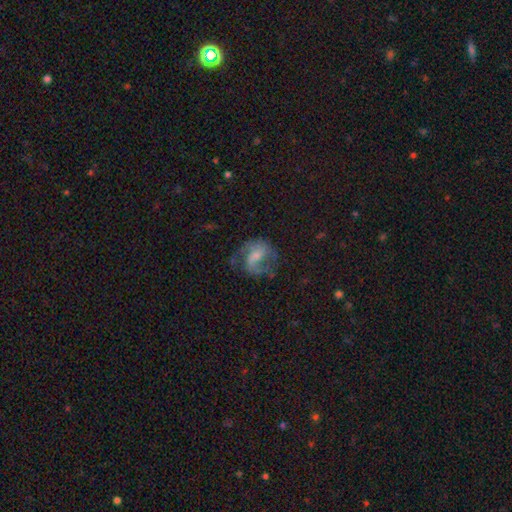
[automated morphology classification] The model was most divided on "bulge size": small: 42%, moderate: 30%, none: 20%, large: 6%, dominant: 1%. Remaining: edge-on disk — no (98%); spiral arms — yes (89%); spiral arm count — 2 (78%); smooth or featured — featured or disk (73%); merging — none (53%); spiral winding — medium (50%); bar — weak (49%).